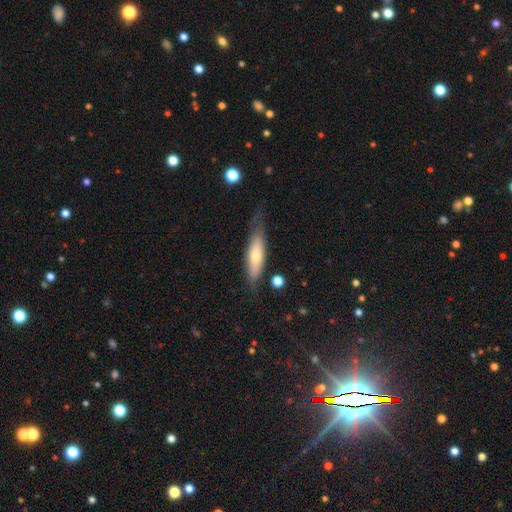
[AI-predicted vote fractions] smooth_or_featured: smooth (p=0.55) [alt: featured or disk p=0.39]
how_rounded: cigar-shaped (p=0.65) [alt: in between p=0.33]
merging: none (p=0.63) [alt: minor disturbance p=0.24]